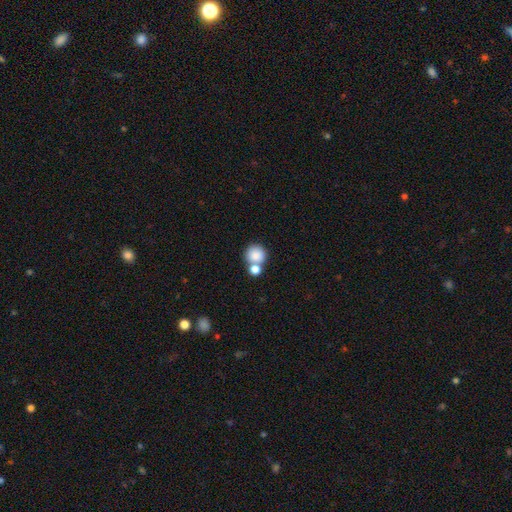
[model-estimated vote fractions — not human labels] This appears to be a smooth galaxy with no disk features (83%) that is round (90%). Merging: none (48%).